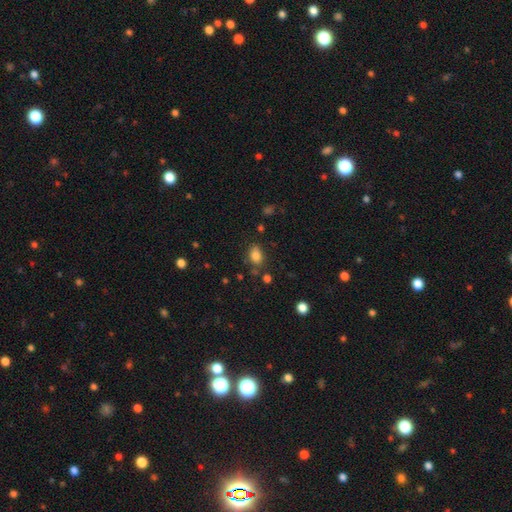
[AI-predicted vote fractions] Morphology: type=smooth (82%); roundness=in between (75%); merging=none (75%).